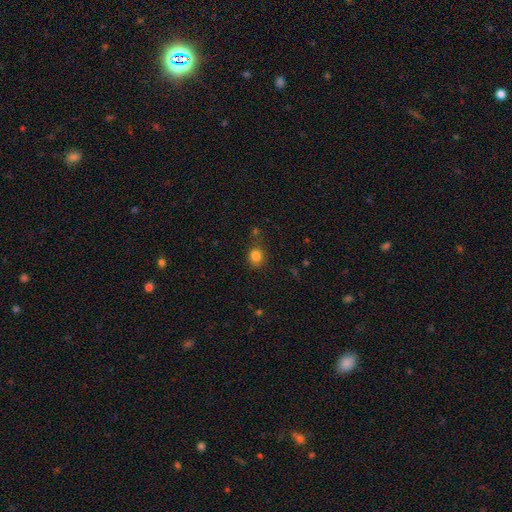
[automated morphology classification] This appears to be a smooth galaxy with no disk features (82%) that is round (73%). Merging: none (74%).